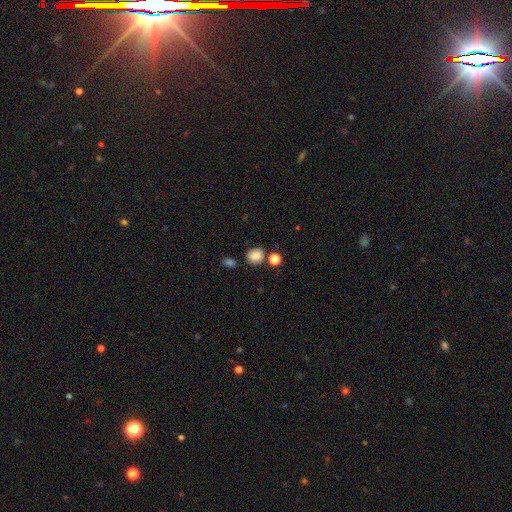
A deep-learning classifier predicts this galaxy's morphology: A smooth galaxy with no disk features (84%) that is round (70%).

Vote fractions:
- Smooth or featured? smooth: 84% / star or artifact: 11% / featured or disk: 5%
- How rounded? round: 70% / in between: 29% / cigar-shaped: 1%
- Merging? none: 72% / minor disturbance: 13% / merger: 11% / major disturbance: 4%